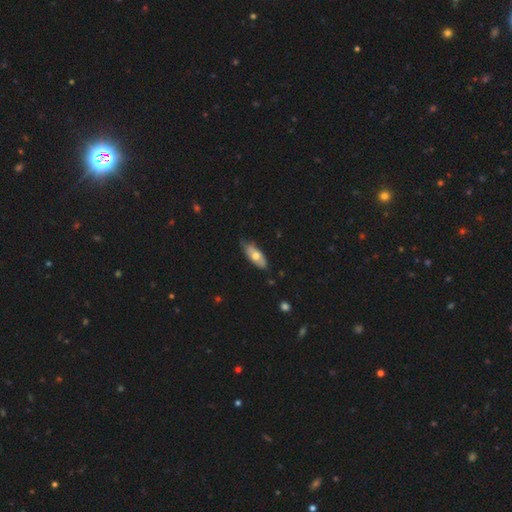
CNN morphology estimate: The model was most divided on "smooth or featured": smooth: 57%, featured or disk: 37%, star or artifact: 6%. More confident: how rounded — in between (80%); merging — none (68%).